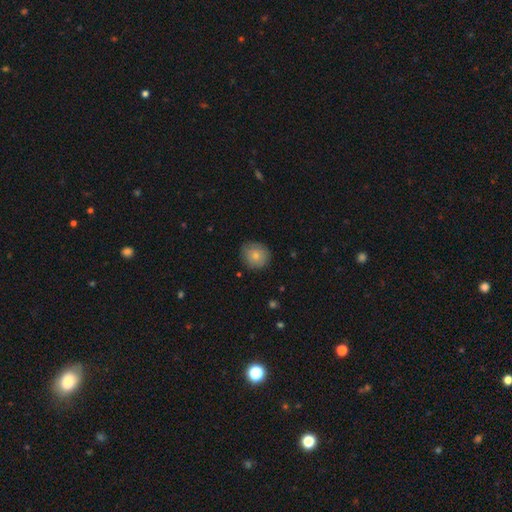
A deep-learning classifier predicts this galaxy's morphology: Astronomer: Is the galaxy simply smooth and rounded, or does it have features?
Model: smooth — 80%.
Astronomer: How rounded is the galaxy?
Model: round — 88%.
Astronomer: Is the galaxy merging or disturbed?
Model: none — 83%.